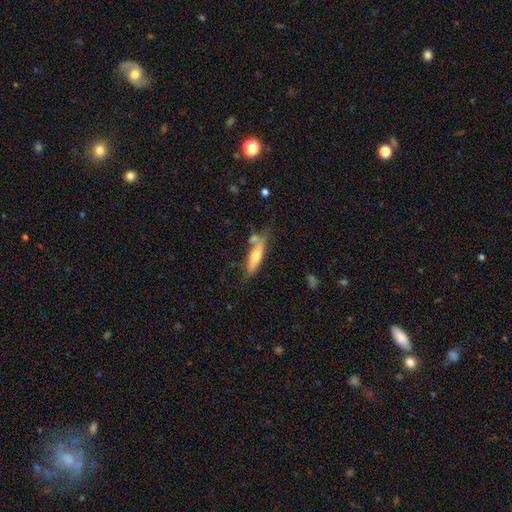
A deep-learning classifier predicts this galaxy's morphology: Smooth or featured? smooth (47%, tied with featured or disk)
Merging? none (62%)